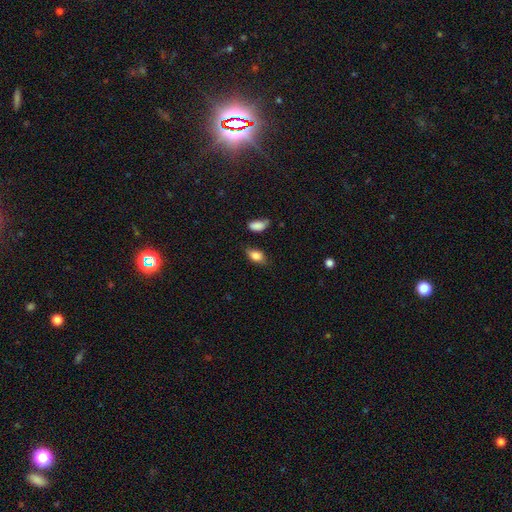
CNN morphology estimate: Smooth or featured? Predicted: smooth (p=0.81). How rounded? Predicted: in between (p=0.87). Merging? Predicted: none (p=0.67).